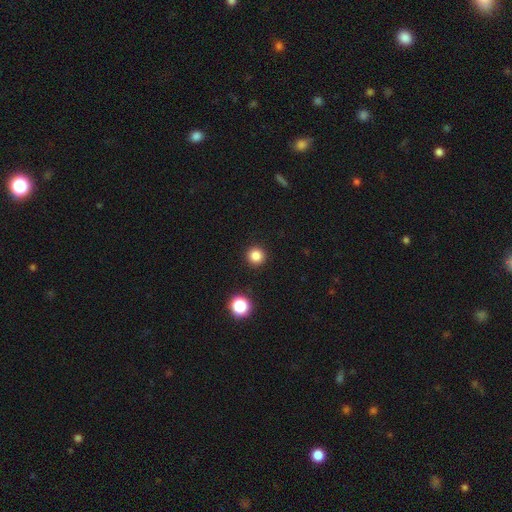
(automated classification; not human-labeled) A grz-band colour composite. It shows a smooth galaxy with no disk features (84%) that is round (96%). Merging: none (92%).